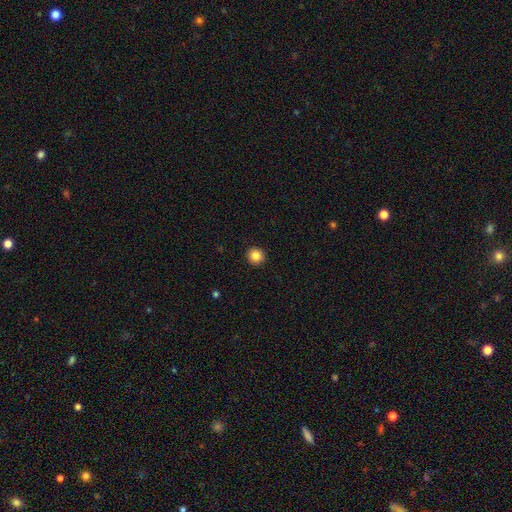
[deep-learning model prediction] A smooth galaxy with no disk features (84%) that is round (94%).

Vote fractions:
- Smooth or featured? smooth: 84% / star or artifact: 10% / featured or disk: 5%
- How rounded? round: 94% / in between: 5% / cigar-shaped: 1%
- Merging? none: 93% / minor disturbance: 4% / major disturbance: 1% / merger: 1%